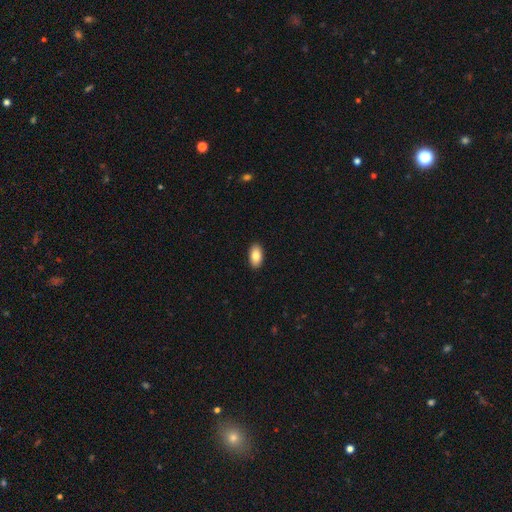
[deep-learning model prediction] Overall: smooth (84%). How rounded: in between (94%). Merging: none (91%).